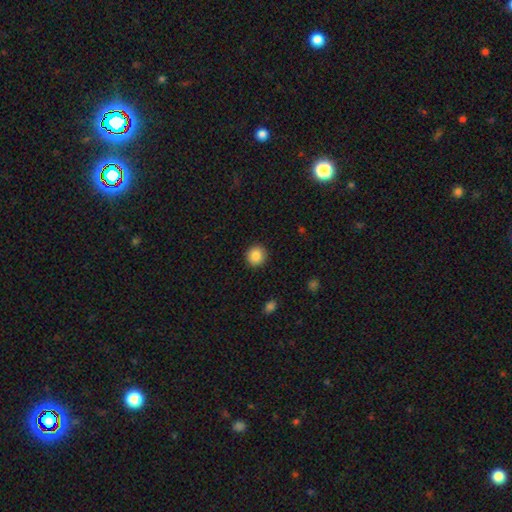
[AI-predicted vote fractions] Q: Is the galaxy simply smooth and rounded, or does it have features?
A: smooth — 87%.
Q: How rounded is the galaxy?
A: round — 92%.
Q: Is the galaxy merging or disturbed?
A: none — 91%.